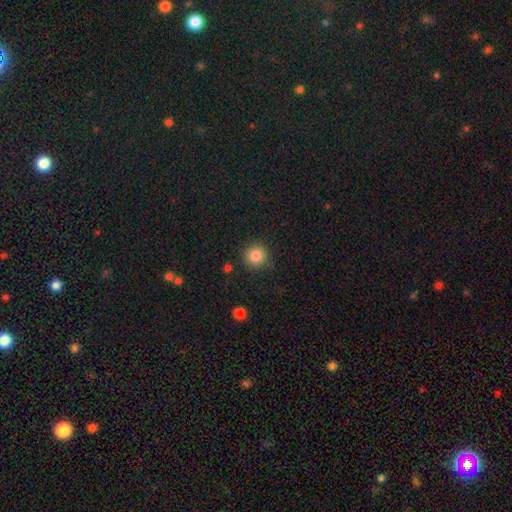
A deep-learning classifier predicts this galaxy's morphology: smooth-or-featured: smooth: 84% | star or artifact: 11% | featured or disk: 6%
  how-rounded: round: 94% | in between: 5% | cigar-shaped: 1%
  merging: none: 87% | minor disturbance: 9% | major disturbance: 3% | merger: 2%